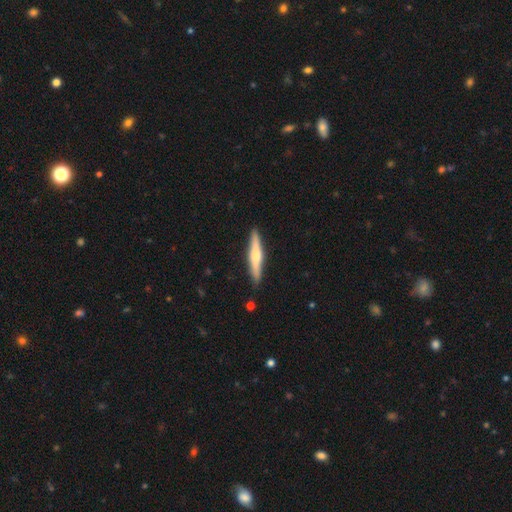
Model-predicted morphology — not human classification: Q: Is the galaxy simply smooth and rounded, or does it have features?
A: featured or disk — 48%.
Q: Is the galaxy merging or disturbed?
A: none — 89%.